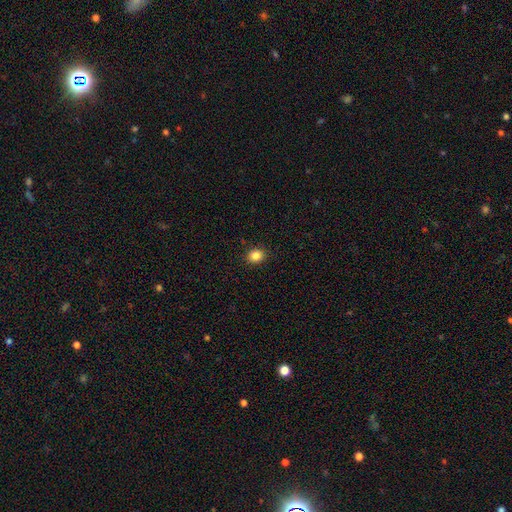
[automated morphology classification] Smooth or featured? smooth (86%)
How rounded? round (71%)
Merging? none (91%)